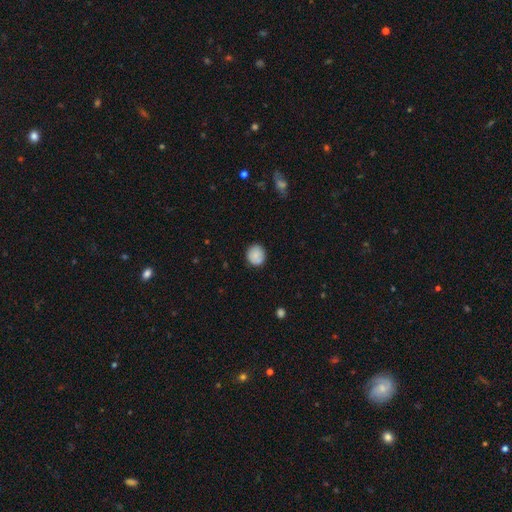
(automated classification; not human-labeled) smooth_or_featured: smooth (p=0.80) [alt: featured or disk p=0.12]
how_rounded: round (p=0.85) [alt: in between p=0.14]
merging: none (p=0.83) [alt: minor disturbance p=0.13]